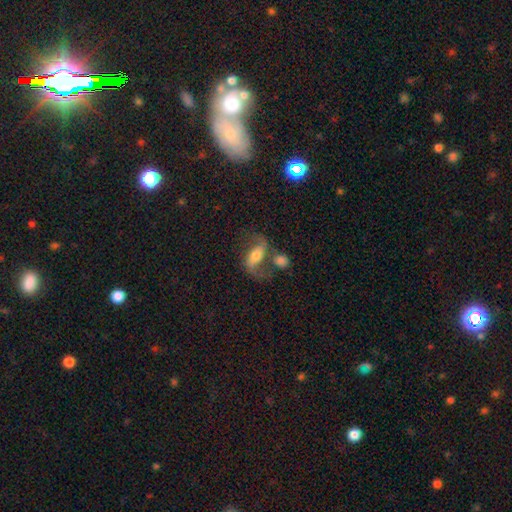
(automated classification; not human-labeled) Smooth or featured? Predicted: featured or disk (p=0.70). Edge-on disk? Predicted: no (p=0.92). Bar? Predicted: weak (p=0.35). Spiral arms? Predicted: yes (p=0.90). Spiral winding? Predicted: loose (p=0.74). Spiral arm count? Predicted: 2 (p=0.89). Bulge size? Predicted: moderate (p=0.55). Merging? Predicted: none (p=0.45).